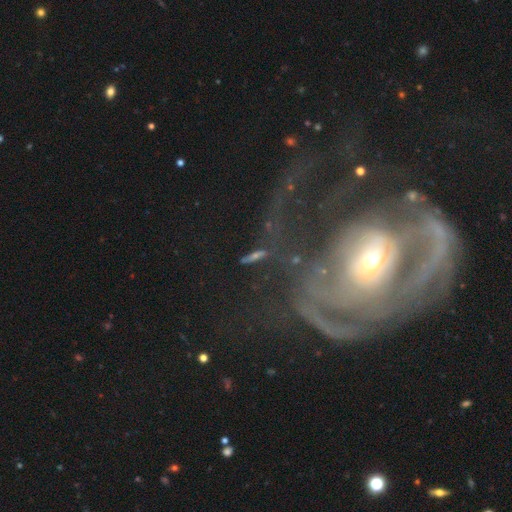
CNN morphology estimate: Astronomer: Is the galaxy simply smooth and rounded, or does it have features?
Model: featured or disk — 43% (runner-up: smooth, 32%).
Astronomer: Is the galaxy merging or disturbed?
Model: none — 66%.